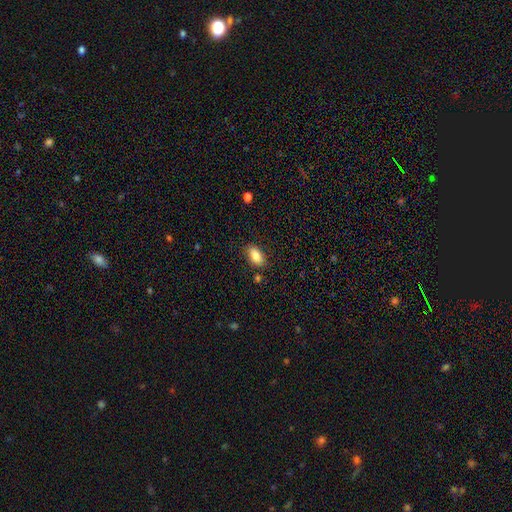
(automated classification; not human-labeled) Smooth or featured? smooth (85%)
How rounded? in between (90%)
Merging? none (83%)